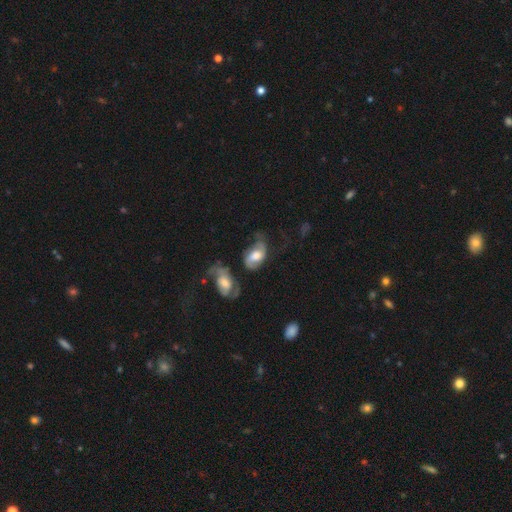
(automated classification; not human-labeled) Overall: featured or disk (60%; smooth 33%). Edge-on disk: no (95%). Bar: no (53%; weak 37%). Spiral arms: yes (83%). Bulge size: moderate (47%; large 35%). Merging: none (38%; major disturbance 25%).